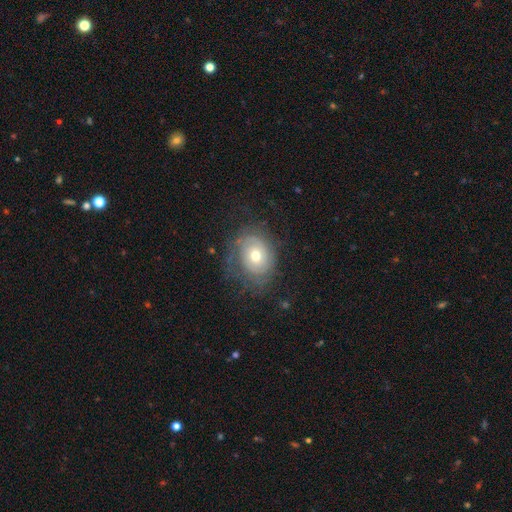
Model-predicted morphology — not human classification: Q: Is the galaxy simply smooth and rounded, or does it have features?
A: featured or disk — 50%.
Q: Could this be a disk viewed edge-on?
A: no — 95%.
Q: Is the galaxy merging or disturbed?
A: none — 65%.